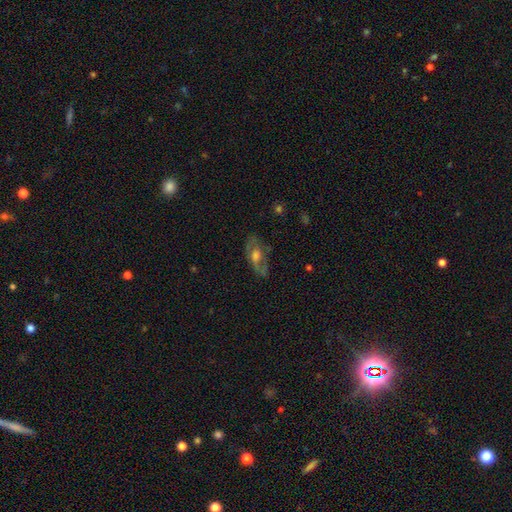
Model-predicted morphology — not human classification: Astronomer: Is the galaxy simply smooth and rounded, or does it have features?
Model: featured or disk — 61%.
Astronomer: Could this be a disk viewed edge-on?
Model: no — 82%.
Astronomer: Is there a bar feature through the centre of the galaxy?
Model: no — 70%.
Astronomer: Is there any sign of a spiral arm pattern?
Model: no — 51% (runner-up: yes, 49%).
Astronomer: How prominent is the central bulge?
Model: moderate — 55%.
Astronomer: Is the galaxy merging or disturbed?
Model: none — 70%.